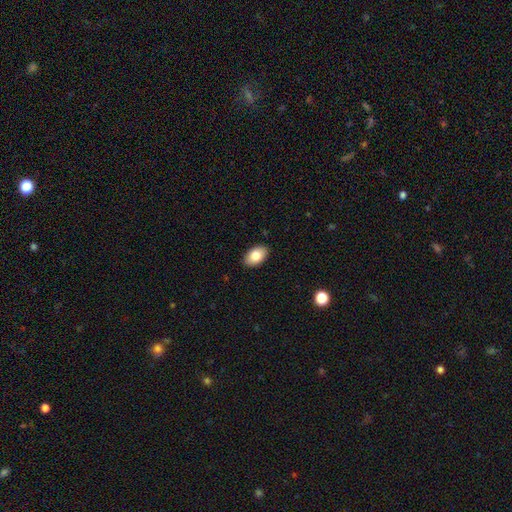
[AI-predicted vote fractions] Smooth or featured? smooth (82%)
How rounded? in between (92%)
Merging? none (89%)